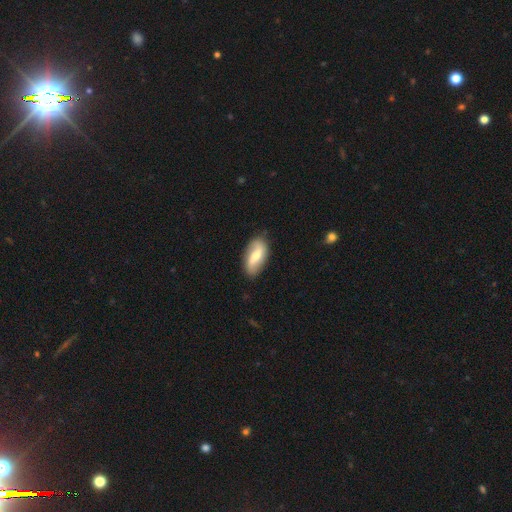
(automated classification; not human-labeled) A featured or disk galaxy (54%).

Vote fractions:
- Smooth or featured? featured or disk: 54% / smooth: 40% / star or artifact: 6%
- Edge-on disk? no: 90% / yes: 10%
- Merging? none: 83% / minor disturbance: 13% / major disturbance: 3% / merger: 1%